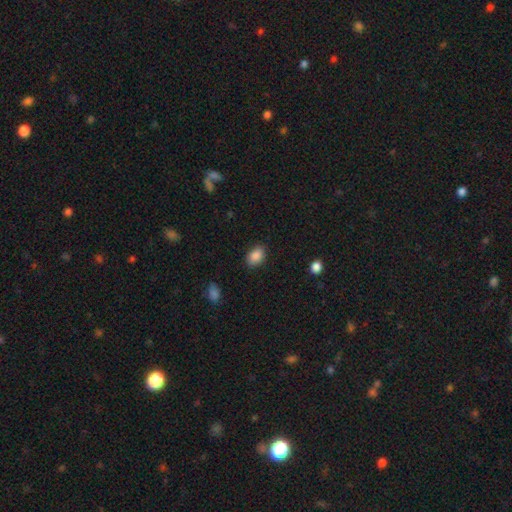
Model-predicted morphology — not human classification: Overall: smooth (87%). How rounded: in between (82%). Merging: none (85%).